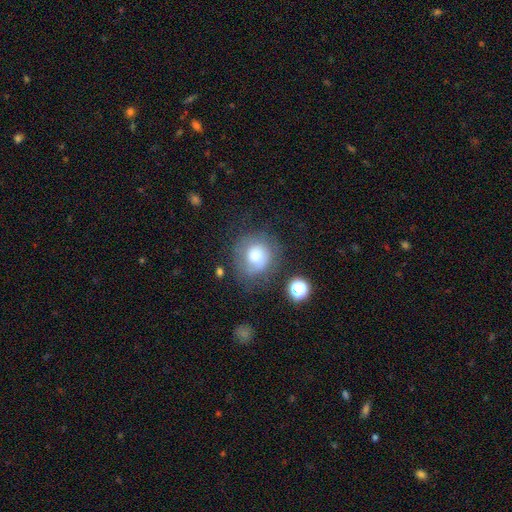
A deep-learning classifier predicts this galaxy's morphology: Smooth or featured? Predicted: smooth (p=0.64). How rounded? Predicted: round (p=0.83). Merging? Predicted: none (p=0.62).